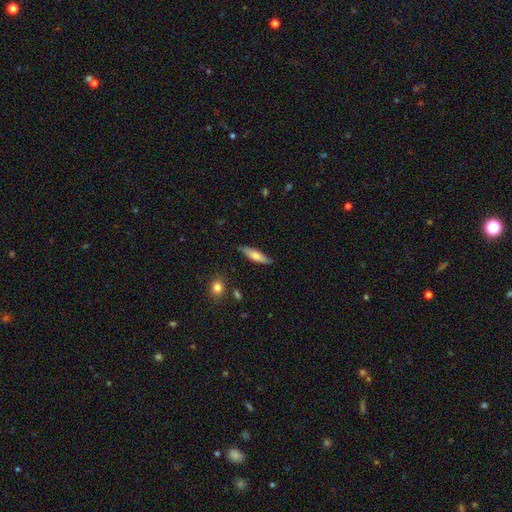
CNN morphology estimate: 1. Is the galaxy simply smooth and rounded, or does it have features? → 64% smooth, 30% featured or disk, 6% star or artifact.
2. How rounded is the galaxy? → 66% cigar-shaped, 32% in between, 2% round.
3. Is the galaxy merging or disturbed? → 83% none, 13% minor disturbance, 2% major disturbance, 1% merger.